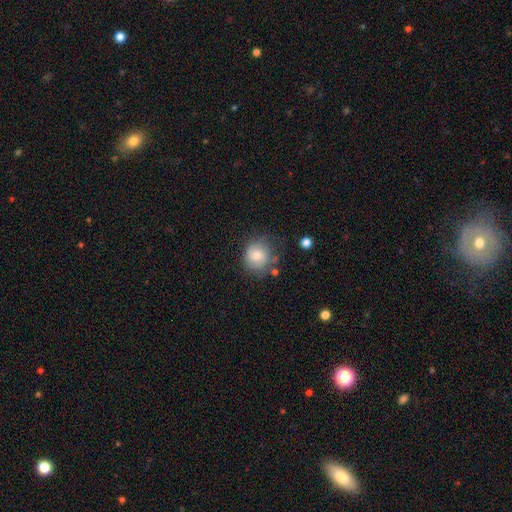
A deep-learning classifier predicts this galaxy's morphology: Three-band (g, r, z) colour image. It shows a smooth galaxy with no disk features (68%) that is round (83%). Merging: none (67%).